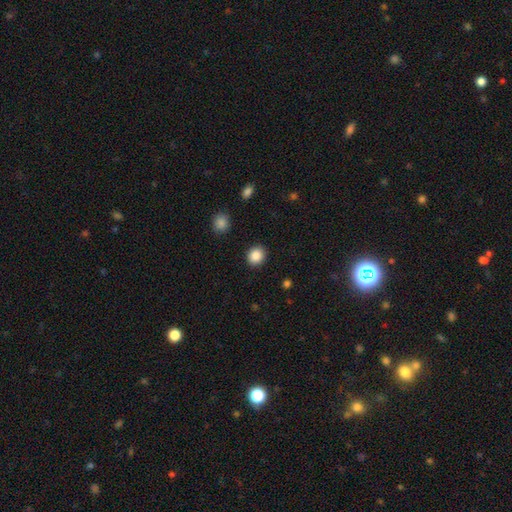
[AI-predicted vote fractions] Smooth or featured? smooth (88%)
How rounded? round (77%)
Merging? none (89%)